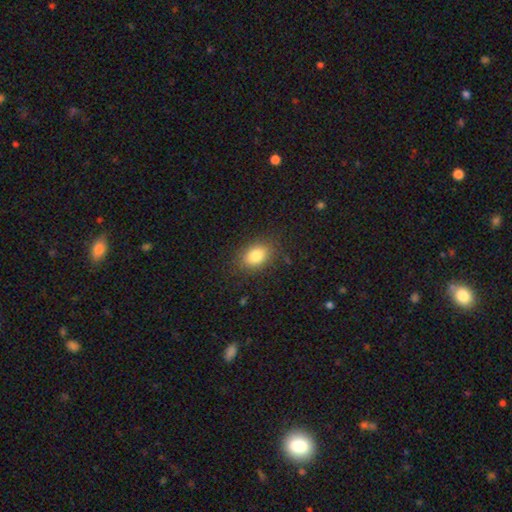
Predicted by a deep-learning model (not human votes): This appears to be a smooth galaxy with no disk features (83%) that is in between round and cigar-shaped (78%). Merging: none (83%).